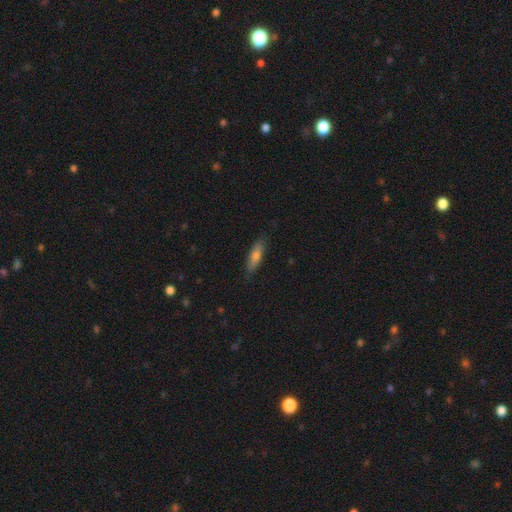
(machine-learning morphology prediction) Smooth or featured? Predicted: smooth (p=0.69). How rounded? Predicted: cigar-shaped (p=0.62). Merging? Predicted: none (p=0.83).